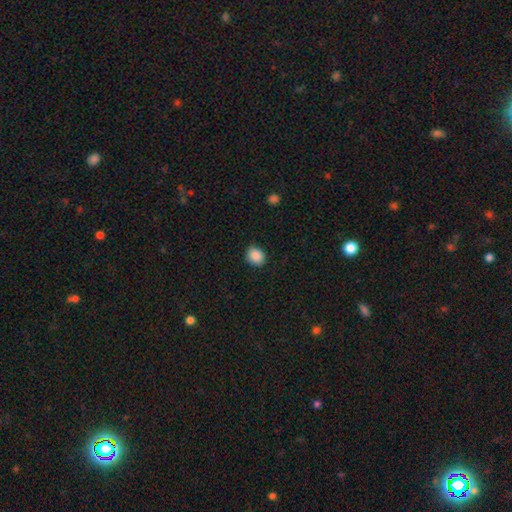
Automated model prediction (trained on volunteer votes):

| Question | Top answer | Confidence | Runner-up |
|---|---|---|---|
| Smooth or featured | smooth | 88% | star or artifact (9%) |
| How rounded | round | 63% | in between (36%) |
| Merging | none | 85% | minor disturbance (11%) |